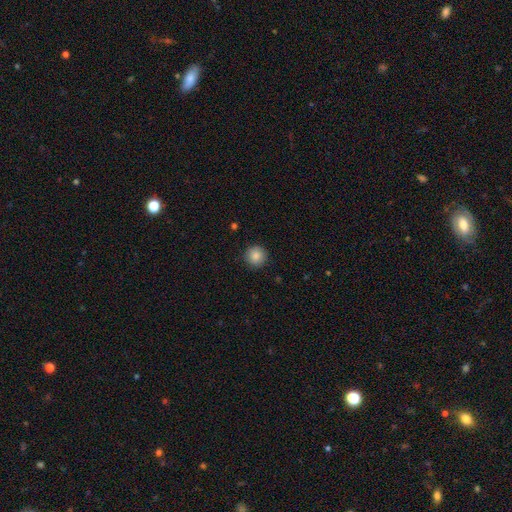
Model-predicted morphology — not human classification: This appears to be a smooth galaxy with no disk features (86%) that is round (95%). Merging: none (90%).